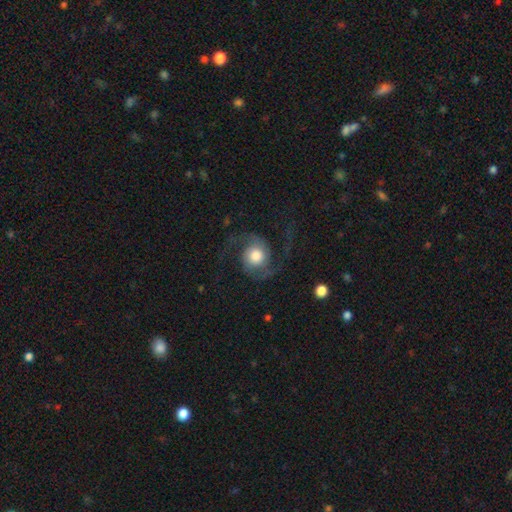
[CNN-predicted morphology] This is clearly a featured or disk galaxy (84%). It is clearly not viewed edge-on (98%). Bar: likely no (74%). Spiral arm pattern: clearly yes (97%). Spiral arm count: clearly 2 (94%). Spiral winding: possibly loose (49%). Central bulge: possibly large (46%). Merging: likely none (72%).